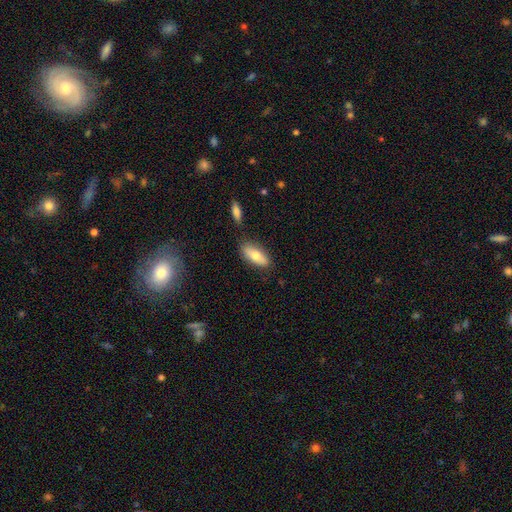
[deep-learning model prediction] Overall: smooth (74%). How rounded: in between (77%). Merging: none (77%).